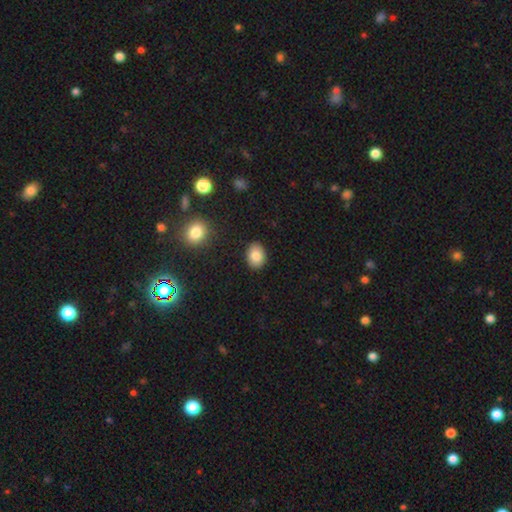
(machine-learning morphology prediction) A smooth galaxy with no disk features (84%) that is in between round and cigar-shaped (70%). Merging: none (89%).